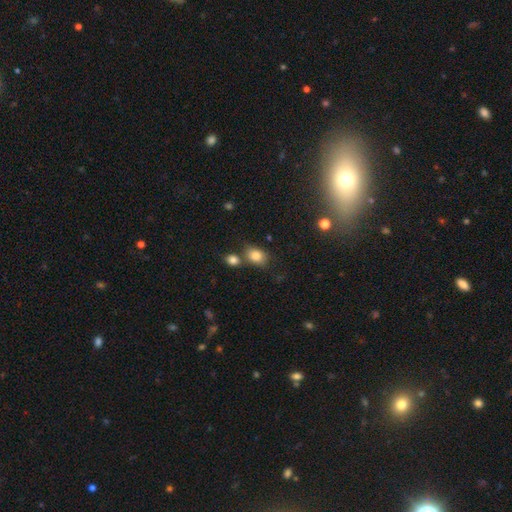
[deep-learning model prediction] Smooth or featured?
  - smooth: 83% *
  - star or artifact: 10%
  - featured or disk: 7%
How rounded?
  - in between: 63% *
  - round: 35%
  - cigar-shaped: 1%
Merging?
  - none: 61% *
  - merger: 21%
  - minor disturbance: 14%
  - major disturbance: 4%